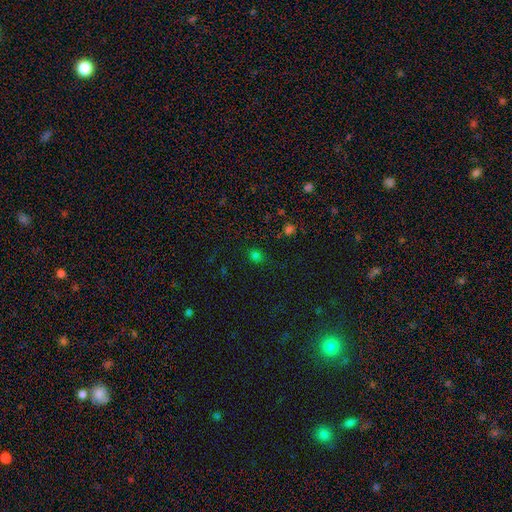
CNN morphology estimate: smooth-or-featured: smooth: 72% | star or artifact: 24% | featured or disk: 4%
  how-rounded: round: 68% | in between: 31% | cigar-shaped: 1%
  merging: none: 80% | minor disturbance: 13% | major disturbance: 4% | merger: 2%